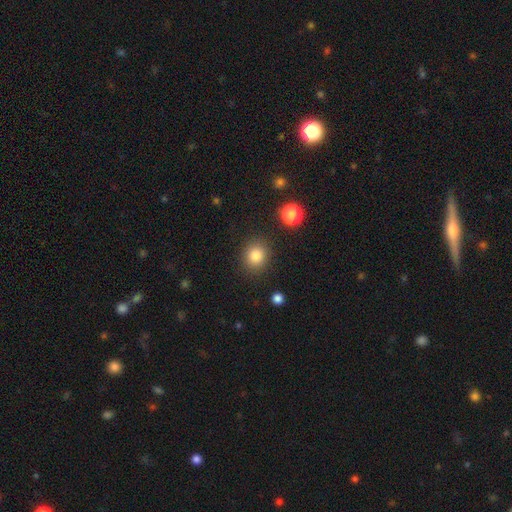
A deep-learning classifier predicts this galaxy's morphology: Smooth or featured? Predicted: smooth (p=0.83). How rounded? Predicted: round (p=0.80). Merging? Predicted: none (p=0.87).